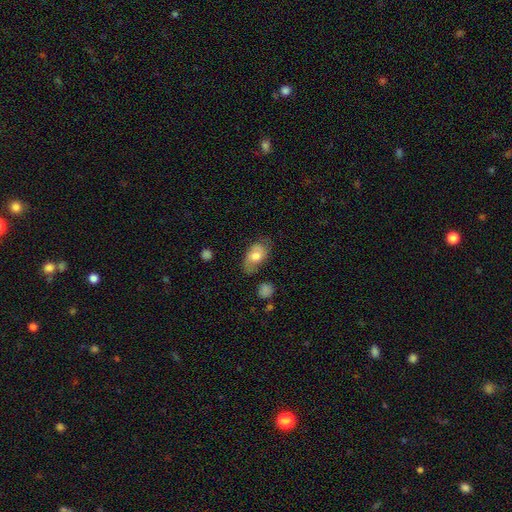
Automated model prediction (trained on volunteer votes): Smooth or featured: smooth — 69% (featured or disk — 24%)
How rounded: in between — 90% (round — 8%)
Merging: none — 62% (minor disturbance — 27%)